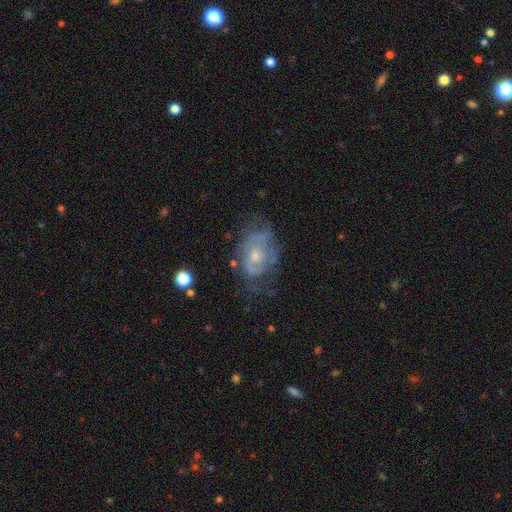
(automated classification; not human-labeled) The model was most divided on "bulge size": moderate: 48%, small: 44%, none: 4%, large: 3%, dominant: 1%. Remaining: edge-on disk — no (96%); bar — no (79%); smooth or featured — featured or disk (64%); spiral arms — yes (57%); merging — none (49%).